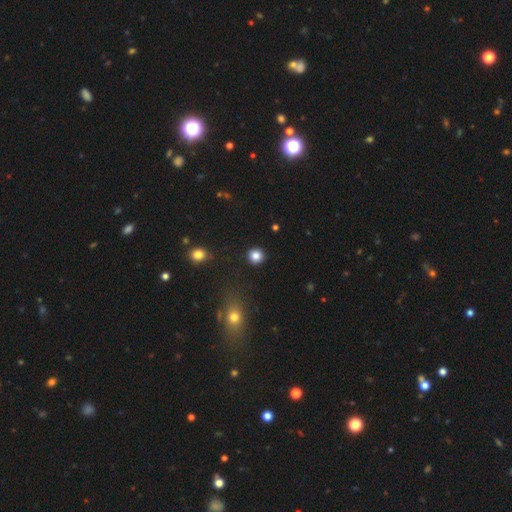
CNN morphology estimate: This is clearly a smooth galaxy (85%). How rounded: clearly round (92%). Merging: clearly none (92%).